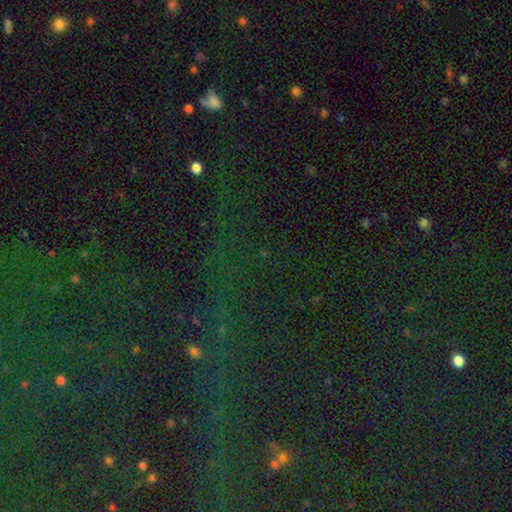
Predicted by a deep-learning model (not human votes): The model was most divided on "smooth or featured": star or artifact: 78%, smooth: 13%, featured or disk: 9%.